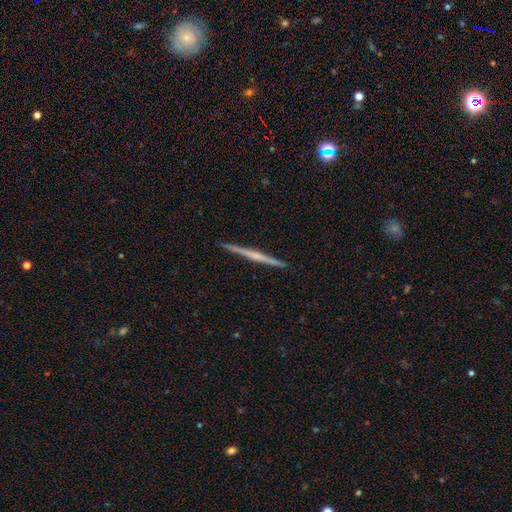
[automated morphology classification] This appears to be a featured or disk galaxy (72%) viewed edge-on (99%) with a rounded central bulge (45%). Merging: none (92%).